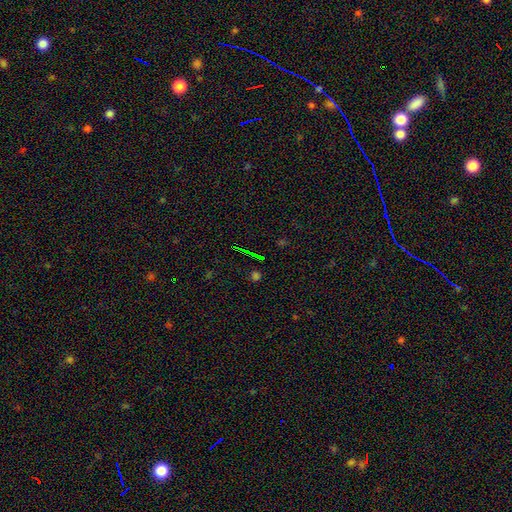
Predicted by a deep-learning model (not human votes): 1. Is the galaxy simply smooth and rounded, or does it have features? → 67% star or artifact, 19% smooth, 14% featured or disk.